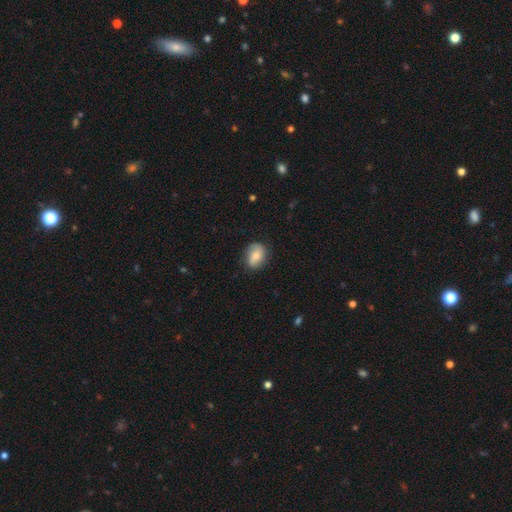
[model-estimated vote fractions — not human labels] smooth-or-featured: smooth: 70% | featured or disk: 22% | star or artifact: 8%
  how-rounded: in between: 62% | round: 36% | cigar-shaped: 1%
  merging: none: 72% | minor disturbance: 21% | major disturbance: 5% | merger: 1%